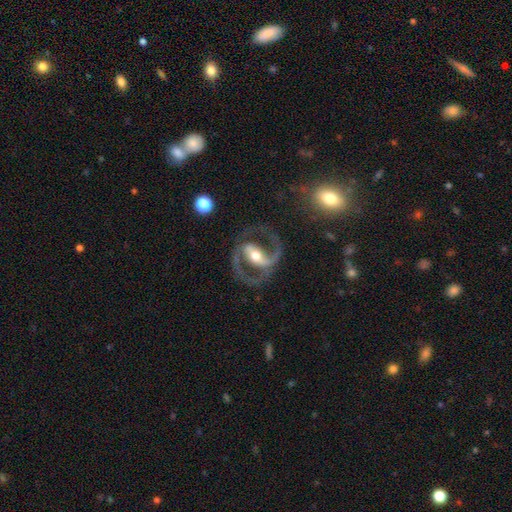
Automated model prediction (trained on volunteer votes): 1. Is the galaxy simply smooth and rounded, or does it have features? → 91% featured or disk, 5% smooth, 4% star or artifact.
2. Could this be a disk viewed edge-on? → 97% no, 3% yes.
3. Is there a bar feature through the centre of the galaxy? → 60% strong, 27% weak, 13% no.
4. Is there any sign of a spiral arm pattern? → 95% yes, 5% no.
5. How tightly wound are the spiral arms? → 64% medium, 19% tight, 18% loose.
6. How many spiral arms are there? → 93% 2, 3% 1, 2% can't tell, 1% 3, 1% 4, 1% more than 4.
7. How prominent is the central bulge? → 68% moderate, 21% small, 9% large, 1% dominant, 1% none.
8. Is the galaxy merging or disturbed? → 77% none, 11% minor disturbance, 10% major disturbance, 2% merger.